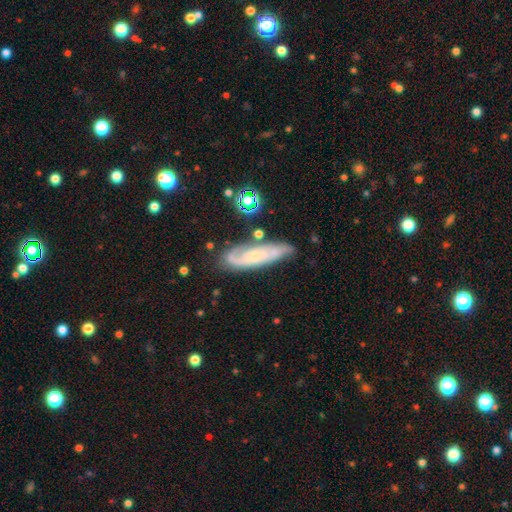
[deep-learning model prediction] Smooth or featured? featured or disk (67%)
Edge-on disk? no (79%)
Bar? no (63%)
Spiral arms? yes (90%)
Bulge size? small (66%)
Merging? none (70%)